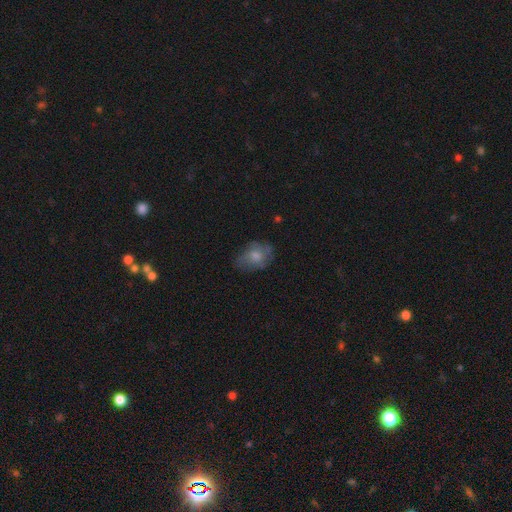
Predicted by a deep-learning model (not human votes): smooth 63%, featured or disk 29%, star or artifact 8%. Down the decision tree: how rounded — in between (71%); merging — none (56%).